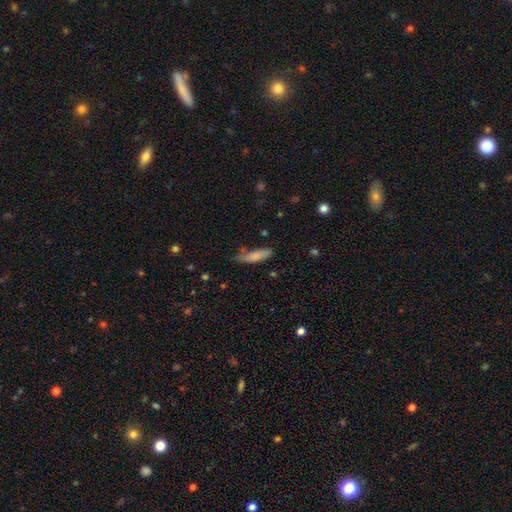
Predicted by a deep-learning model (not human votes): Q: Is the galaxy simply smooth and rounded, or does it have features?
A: smooth — 81%.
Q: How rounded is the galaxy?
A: cigar-shaped — 64%.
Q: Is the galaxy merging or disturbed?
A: none — 60%.